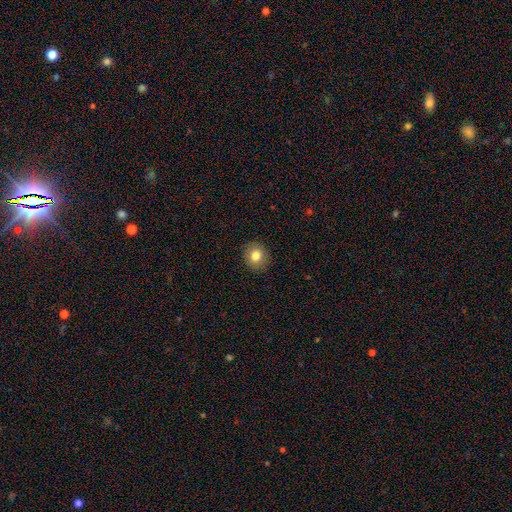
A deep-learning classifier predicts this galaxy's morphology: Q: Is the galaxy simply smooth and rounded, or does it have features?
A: smooth — 81%.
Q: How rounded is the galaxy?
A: round — 78%.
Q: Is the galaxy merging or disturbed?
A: none — 90%.